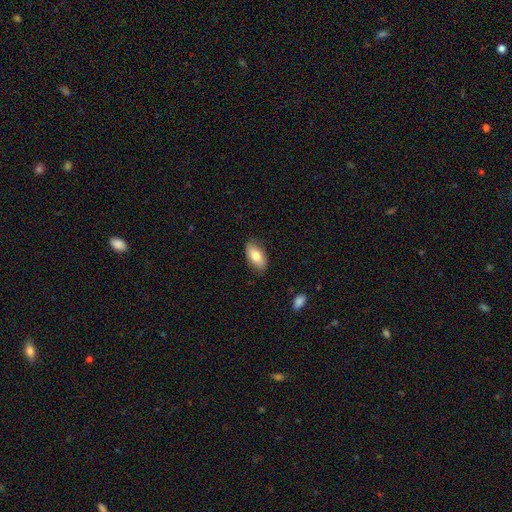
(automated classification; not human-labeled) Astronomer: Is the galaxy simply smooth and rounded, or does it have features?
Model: smooth — 77%.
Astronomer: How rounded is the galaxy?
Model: in between — 92%.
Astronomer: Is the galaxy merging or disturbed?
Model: none — 83%.